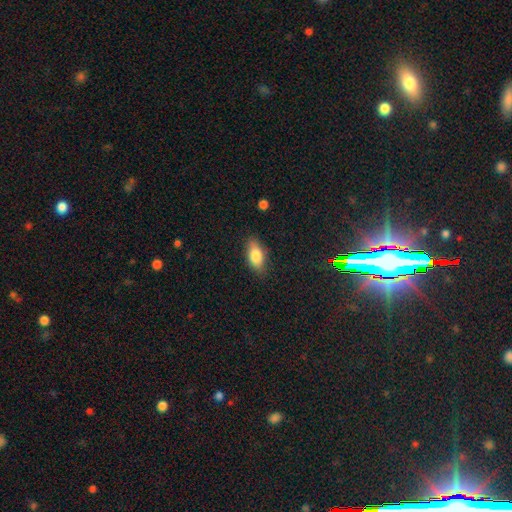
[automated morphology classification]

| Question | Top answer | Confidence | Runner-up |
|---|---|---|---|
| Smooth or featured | smooth | 80% | featured or disk (12%) |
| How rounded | in between | 85% | cigar-shaped (10%) |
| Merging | none | 82% | minor disturbance (13%) |